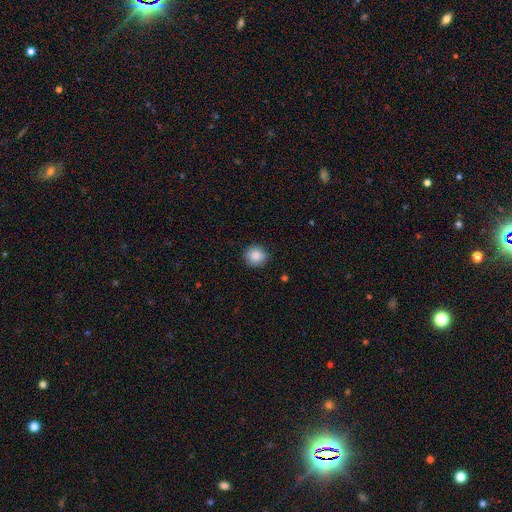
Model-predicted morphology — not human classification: smooth 86%, star or artifact 9%, featured or disk 5%. Down the decision tree: how rounded — round (91%); merging — none (90%).